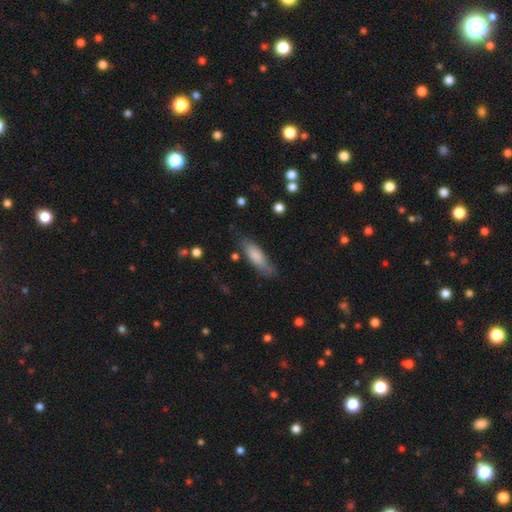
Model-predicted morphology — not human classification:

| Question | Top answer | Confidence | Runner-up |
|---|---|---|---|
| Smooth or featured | smooth | 79% | featured or disk (15%) |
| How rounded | in between | 53% | cigar-shaped (45%) |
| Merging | none | 67% | minor disturbance (23%) |